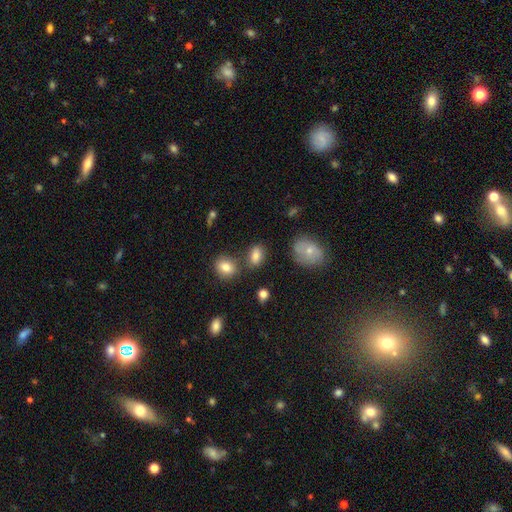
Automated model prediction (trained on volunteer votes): smooth 80%, star or artifact 11%, featured or disk 9%. Down the decision tree: how rounded — in between (83%); merging — none (69%).